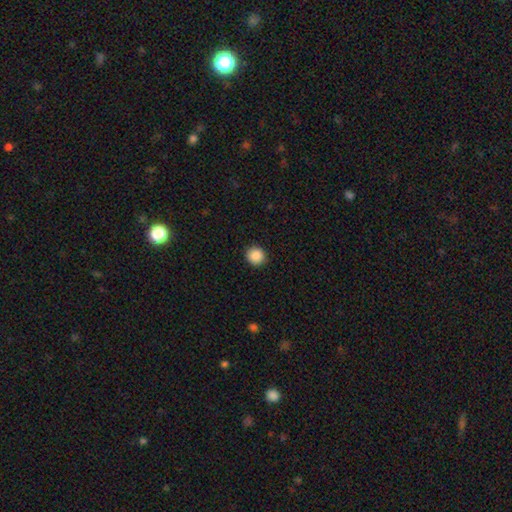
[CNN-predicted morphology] Smooth or featured? Predicted: smooth (p=0.88). How rounded? Predicted: round (p=0.91). Merging? Predicted: none (p=0.92).